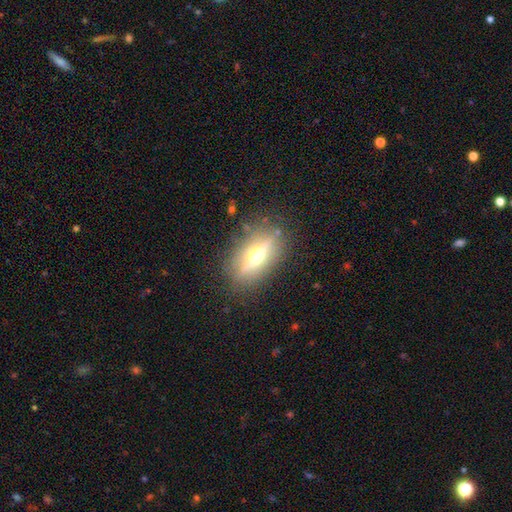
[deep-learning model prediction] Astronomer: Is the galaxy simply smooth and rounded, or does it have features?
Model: featured or disk — 68%.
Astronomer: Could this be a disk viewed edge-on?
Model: yes — 84%.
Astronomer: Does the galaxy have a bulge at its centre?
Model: rounded — 95%.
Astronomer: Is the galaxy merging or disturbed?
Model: none — 84%.